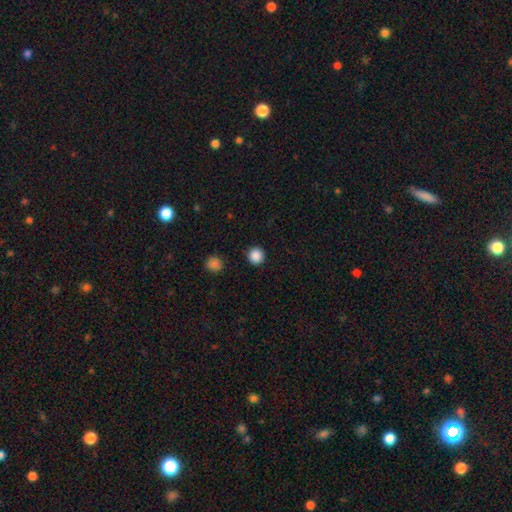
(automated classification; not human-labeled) smooth_or_featured: smooth (p=0.87) [alt: star or artifact p=0.10]
how_rounded: round (p=0.95) [alt: in between p=0.04]
merging: none (p=0.92) [alt: minor disturbance p=0.05]